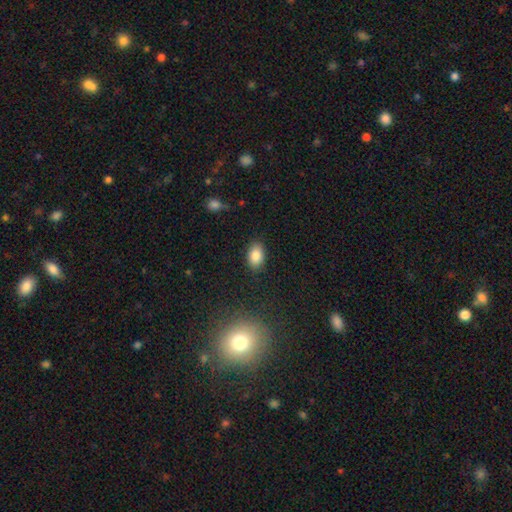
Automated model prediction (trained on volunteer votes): Smooth or featured: smooth — 85% (star or artifact — 9%)
How rounded: in between — 87% (round — 12%)
Merging: none — 86% (minor disturbance — 10%)